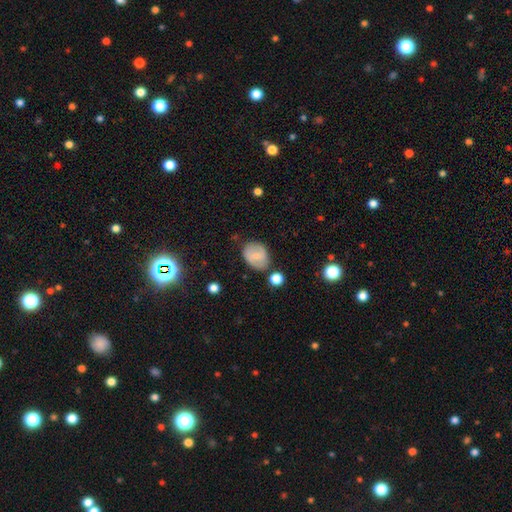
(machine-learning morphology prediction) smooth_or_featured: smooth (p=0.66) [alt: featured or disk p=0.26]
how_rounded: in between (p=0.65) [alt: round p=0.34]
merging: none (p=0.72) [alt: minor disturbance p=0.18]